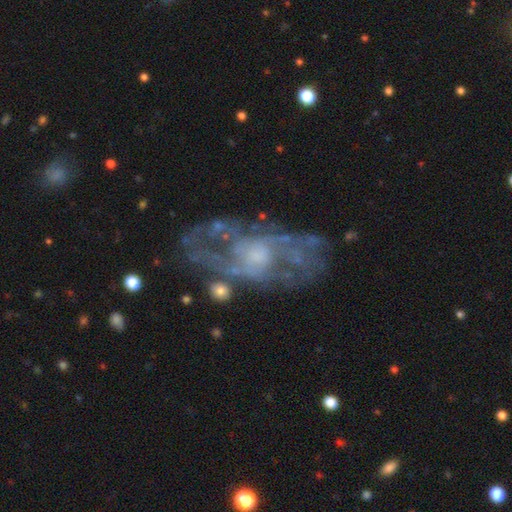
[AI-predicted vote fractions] Smooth or featured? Predicted: featured or disk (p=0.81). Edge-on disk? Predicted: no (p=0.93). Bar? Predicted: no (p=0.68). Spiral arms? Predicted: yes (p=0.75). Spiral winding? Predicted: medium (p=0.43). Spiral arm count? Predicted: 2 (p=0.42). Bulge size? Predicted: small (p=0.40). Merging? Predicted: none (p=0.58).